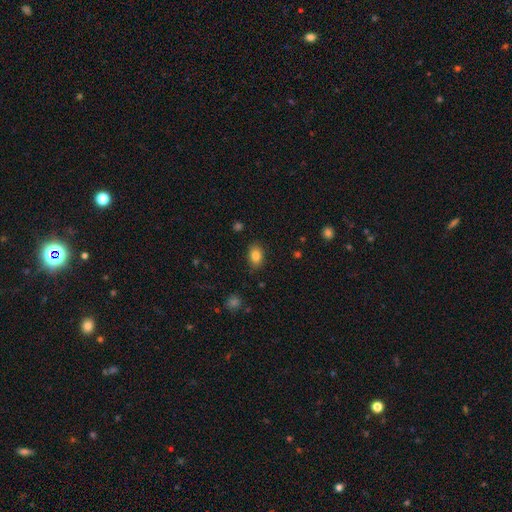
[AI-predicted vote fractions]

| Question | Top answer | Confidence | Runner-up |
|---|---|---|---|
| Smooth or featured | smooth | 84% | star or artifact (9%) |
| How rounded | in between | 79% | round (19%) |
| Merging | none | 84% | minor disturbance (12%) |